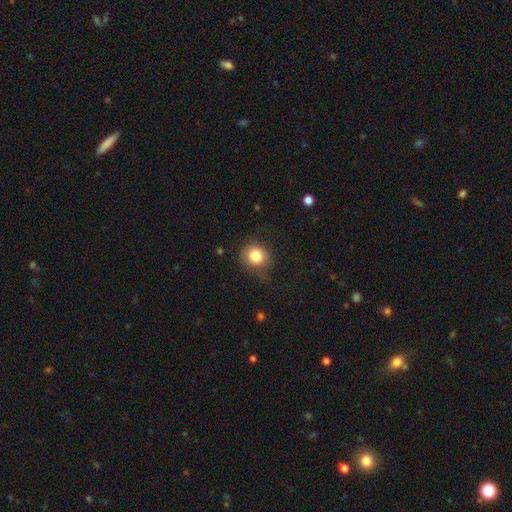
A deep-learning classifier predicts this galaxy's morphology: Smooth or featured? smooth (82%)
How rounded? round (84%)
Merging? none (76%)